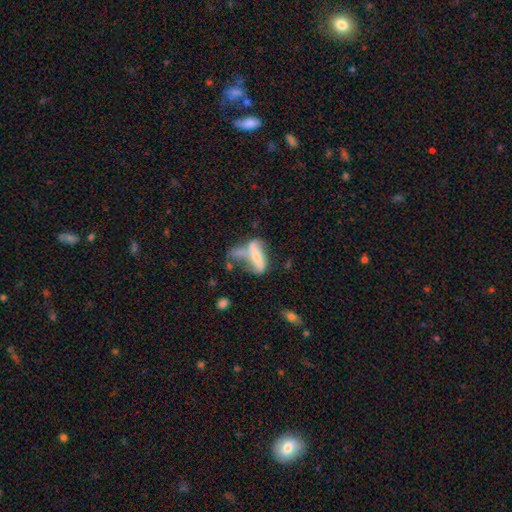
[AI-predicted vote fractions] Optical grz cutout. It shows a featured or disk galaxy (49%). Merging: major disturbance (34%).